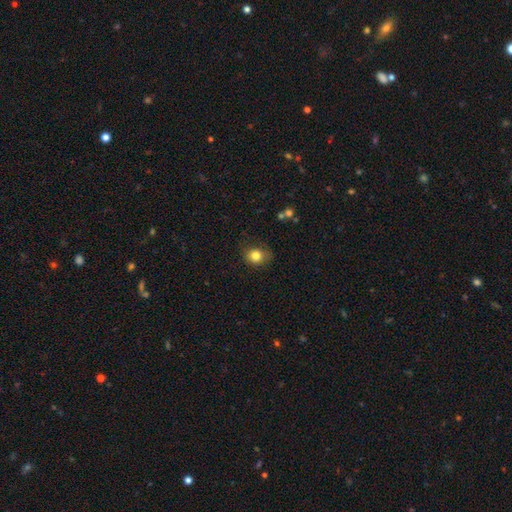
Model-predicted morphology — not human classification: type=smooth (81%); roundness=round (63%); merging=none (73%).